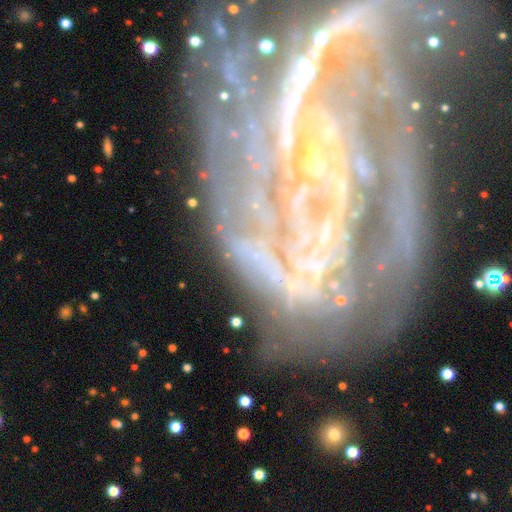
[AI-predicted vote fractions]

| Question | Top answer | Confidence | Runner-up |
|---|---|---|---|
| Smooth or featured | featured or disk | 80% | star or artifact (12%) |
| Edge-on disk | no | 95% | yes (5%) |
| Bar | no | 48% | weak (29%) |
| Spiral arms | yes | 88% | no (12%) |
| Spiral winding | tight | 58% | medium (30%) |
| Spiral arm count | can't tell | 28% | 2 (24%) |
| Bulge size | small | 57% | none (23%) |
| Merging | none | 55% | major disturbance (20%) |